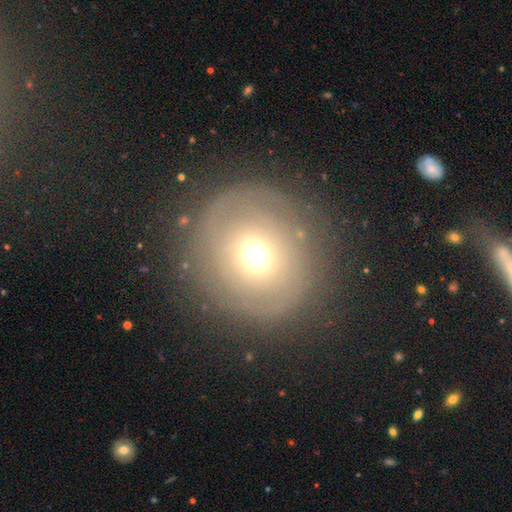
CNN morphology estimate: This appears to be a smooth galaxy with no disk features (49%). Merging: none (78%).